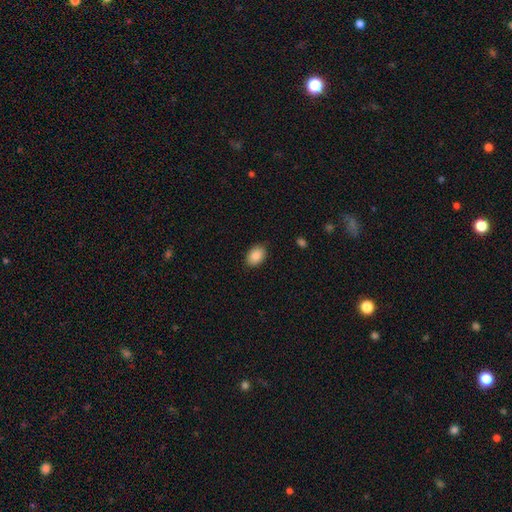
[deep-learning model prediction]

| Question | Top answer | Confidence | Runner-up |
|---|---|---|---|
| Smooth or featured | smooth | 88% | star or artifact (7%) |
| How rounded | in between | 85% | round (14%) |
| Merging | none | 86% | minor disturbance (11%) |